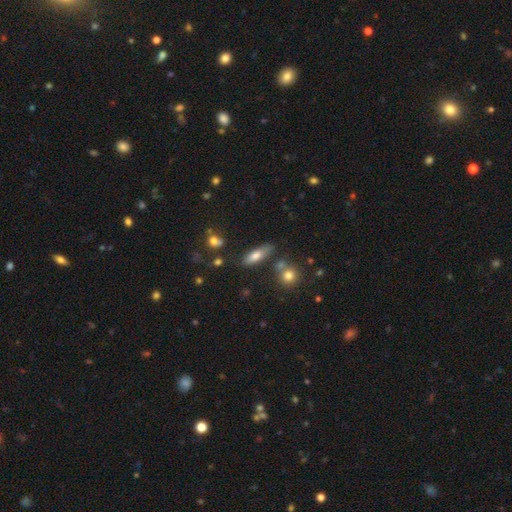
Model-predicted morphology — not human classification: Smooth or featured? smooth (72%)
How rounded? in between (60%)
Merging? none (67%)